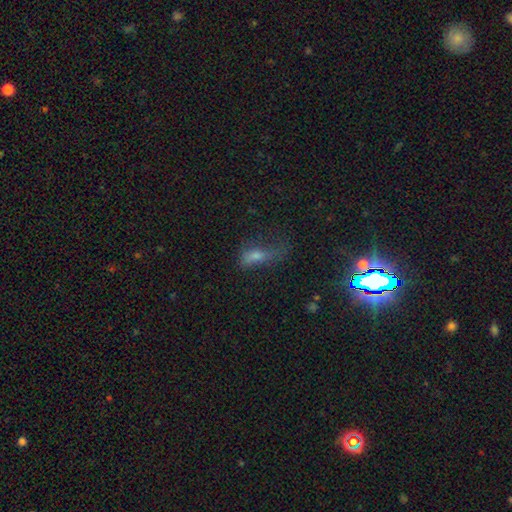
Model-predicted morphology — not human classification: Smooth or featured? smooth (48%)
Merging? none (35%)